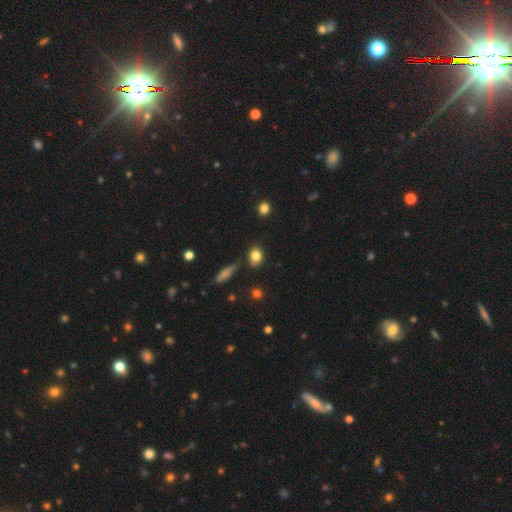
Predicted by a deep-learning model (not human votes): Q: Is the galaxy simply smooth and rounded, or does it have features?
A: smooth — 82%.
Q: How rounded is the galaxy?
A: in between — 52%.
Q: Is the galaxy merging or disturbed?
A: none — 70%.